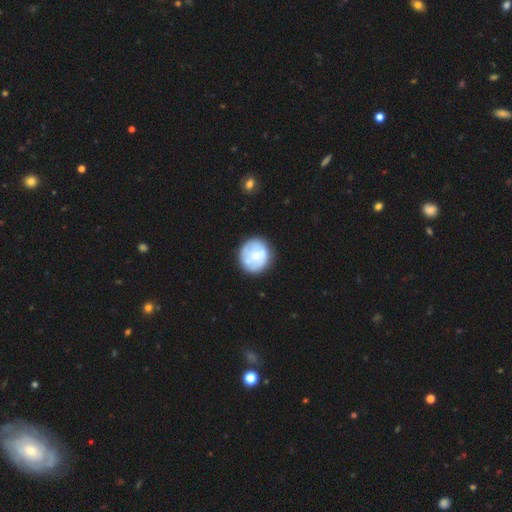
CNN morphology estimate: This is possibly a smooth galaxy (55%). How rounded: clearly round (87%). Merging: likely none (75%).